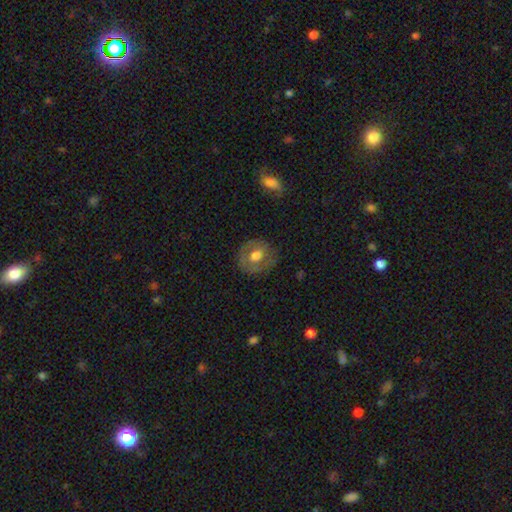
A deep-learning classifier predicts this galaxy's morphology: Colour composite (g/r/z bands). It shows a smooth galaxy with no disk features (51%) that is round (77%). Merging: none (74%).